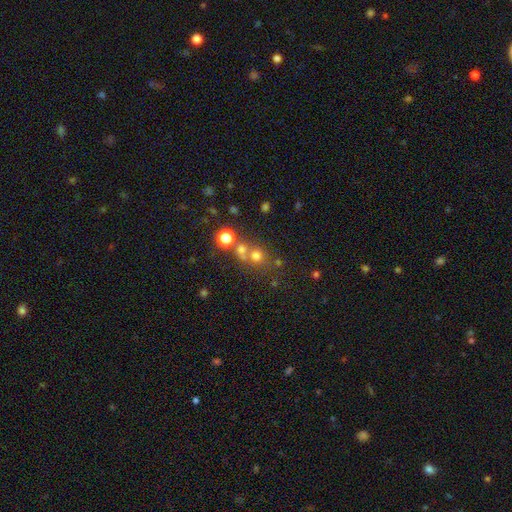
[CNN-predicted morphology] smooth-or-featured: smooth: 65% | star or artifact: 22% | featured or disk: 13%
  how-rounded: round: 84% | in between: 15% | cigar-shaped: 1%
  merging: none: 53% | merger: 35% | minor disturbance: 8% | major disturbance: 5%